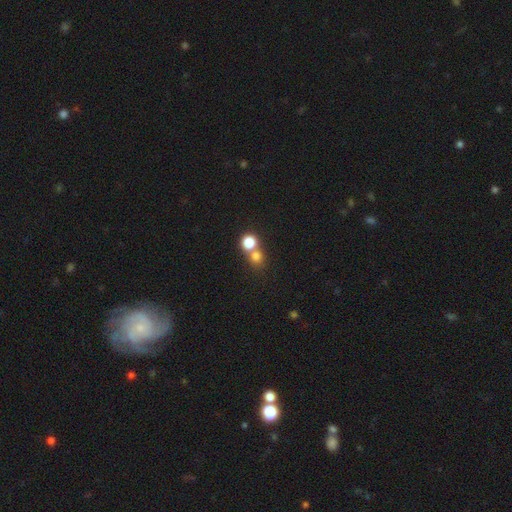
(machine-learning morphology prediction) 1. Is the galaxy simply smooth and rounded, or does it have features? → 77% smooth, 14% star or artifact, 9% featured or disk.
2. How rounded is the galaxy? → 86% round, 13% in between, 1% cigar-shaped.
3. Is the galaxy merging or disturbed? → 49% merger, 43% none, 5% minor disturbance, 3% major disturbance.